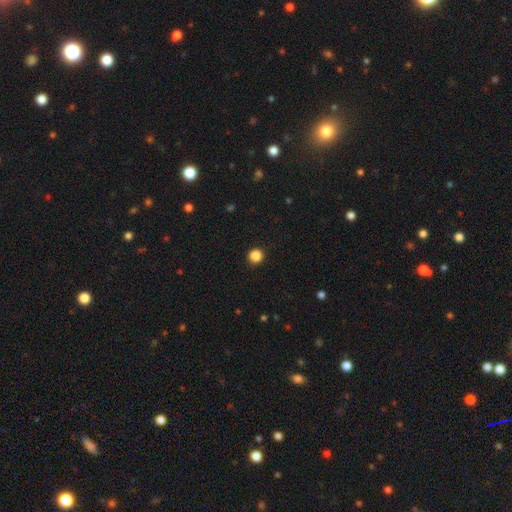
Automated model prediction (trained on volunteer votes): This appears to be a smooth galaxy with no disk features (86%) that is round (92%). Merging: none (90%).